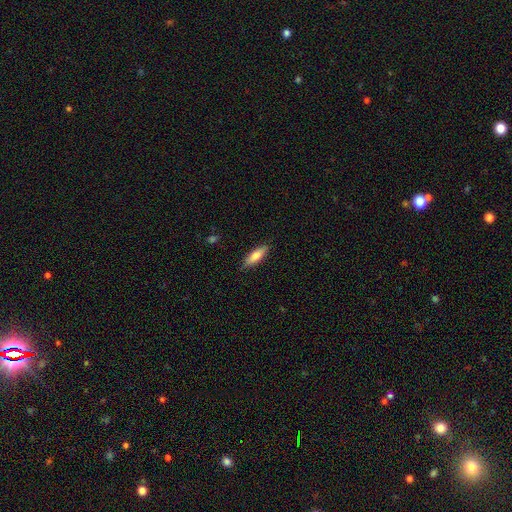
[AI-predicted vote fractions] This is likely a smooth galaxy (77%). How rounded: possibly cigar-shaped (50%). Merging: clearly none (85%).